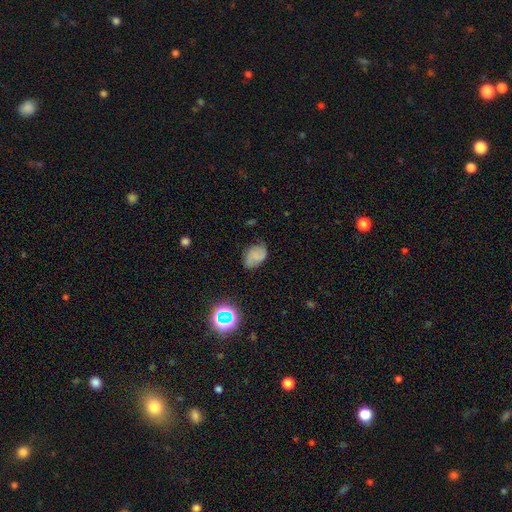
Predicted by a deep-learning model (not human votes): This appears to be a smooth galaxy with no disk features (54%) that is in between round and cigar-shaped (81%). Merging: none (67%).